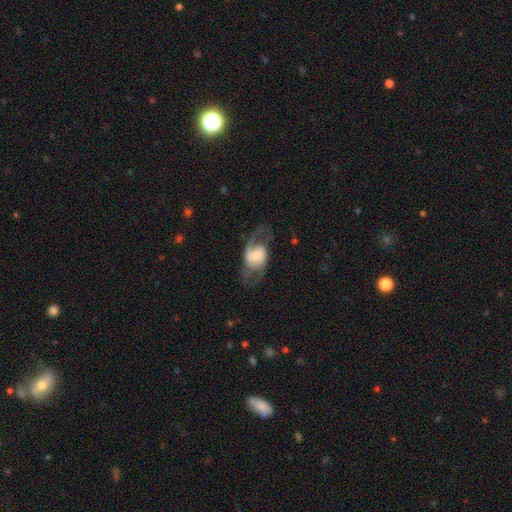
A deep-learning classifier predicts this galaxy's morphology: Smooth or featured? featured or disk (74%)
Edge-on disk? no (95%)
Bar? weak (43%)
Spiral arms? yes (88%)
Spiral winding? medium (47%)
Spiral arm count? 2 (83%)
Bulge size? large (28%)
Merging? none (60%)